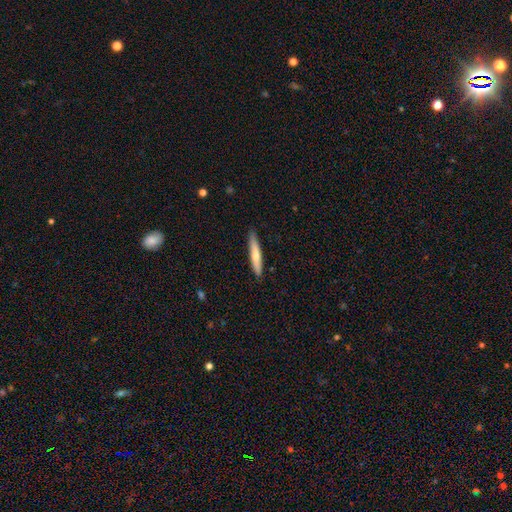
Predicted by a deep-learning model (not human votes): Q: Smooth or featured?
A: smooth (60%); runner-up: featured or disk (35%)
Q: How rounded?
A: cigar-shaped (92%); runner-up: in between (7%)
Q: Merging?
A: none (88%); runner-up: minor disturbance (10%)